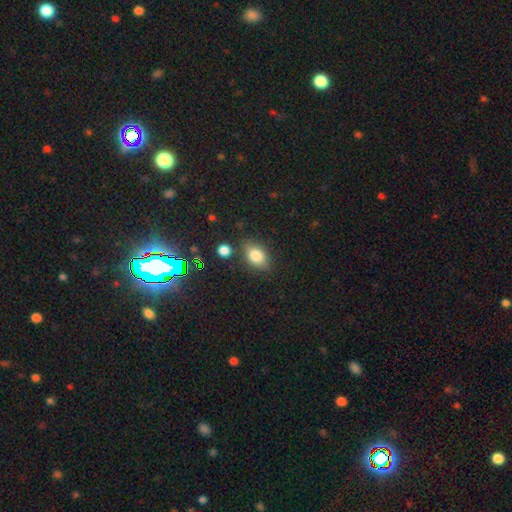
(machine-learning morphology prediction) Smooth or featured? smooth (79%)
How rounded? in between (81%)
Merging? none (77%)